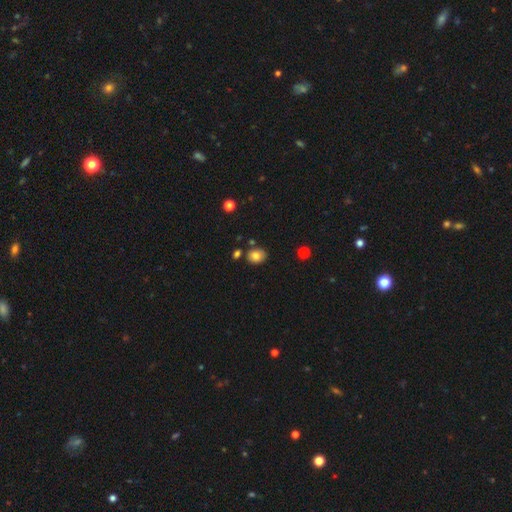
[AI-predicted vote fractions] Smooth or featured? smooth (80%)
How rounded? round (50%)
Merging? none (78%)